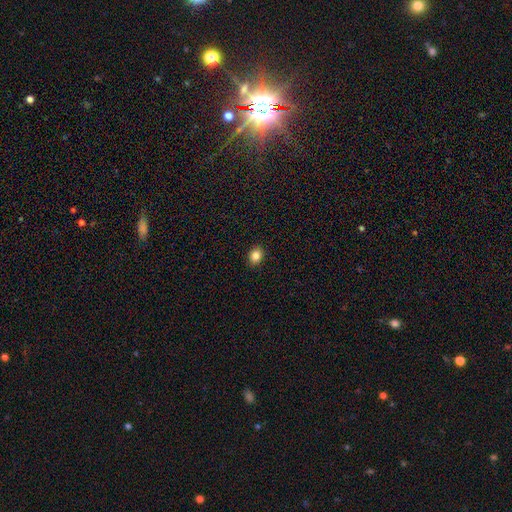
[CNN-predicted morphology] Smooth or featured?
  - smooth: 85% *
  - star or artifact: 10%
  - featured or disk: 5%
How rounded?
  - round: 55% *
  - in between: 44%
  - cigar-shaped: 1%
Merging?
  - none: 91% *
  - minor disturbance: 6%
  - major disturbance: 2%
  - merger: 1%